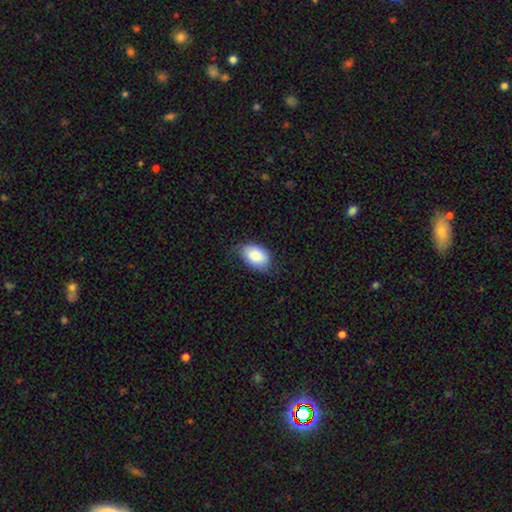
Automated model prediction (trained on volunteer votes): A smooth galaxy with no disk features (86%) that is in between round and cigar-shaped (89%). Merging: none (66%).